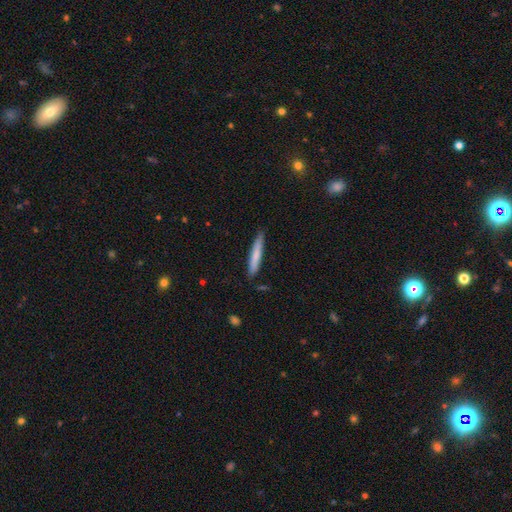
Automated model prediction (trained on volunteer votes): smooth_or_featured: smooth (p=0.75) [alt: featured or disk p=0.20]
how_rounded: cigar-shaped (p=0.94) [alt: in between p=0.05]
merging: none (p=0.85) [alt: minor disturbance p=0.12]